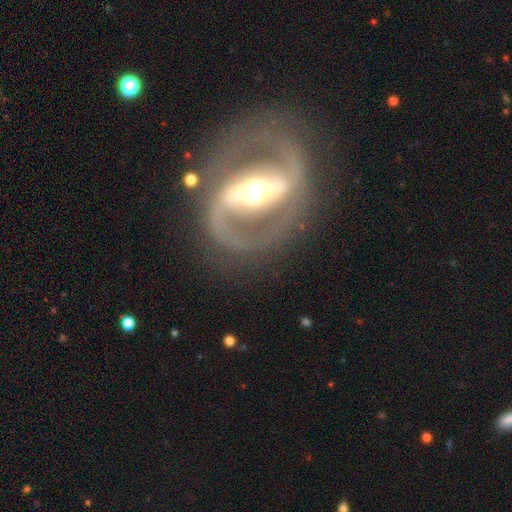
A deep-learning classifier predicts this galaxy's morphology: smooth_or_featured: featured or disk (p=0.90) [alt: smooth p=0.05]
disk_edge_on: no (p=0.96) [alt: yes p=0.04]
bar: strong (p=0.75) [alt: weak p=0.17]
has_spiral_arms: yes (p=0.91) [alt: no p=0.09]
spiral_winding: medium (p=0.55) [alt: tight p=0.29]
spiral_arm_count: 2 (p=0.92) [alt: can't tell p=0.03]
bulge_size: moderate (p=0.63) [alt: large p=0.20]
merging: none (p=0.80) [alt: minor disturbance p=0.11]